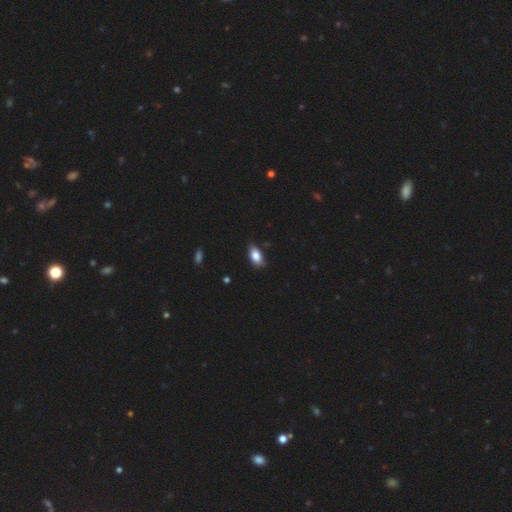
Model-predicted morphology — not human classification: type=smooth (83%); roundness=in between (91%); merging=none (78%).